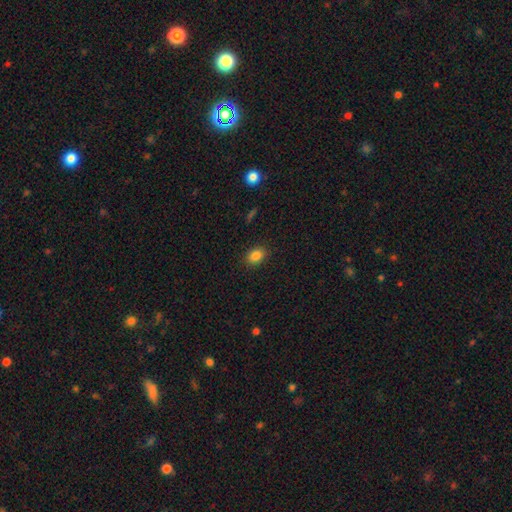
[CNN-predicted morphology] The model was most divided on "how rounded": in between: 67%, round: 31%, cigar-shaped: 1%. More confident: merging — none (88%); smooth or featured — smooth (85%).